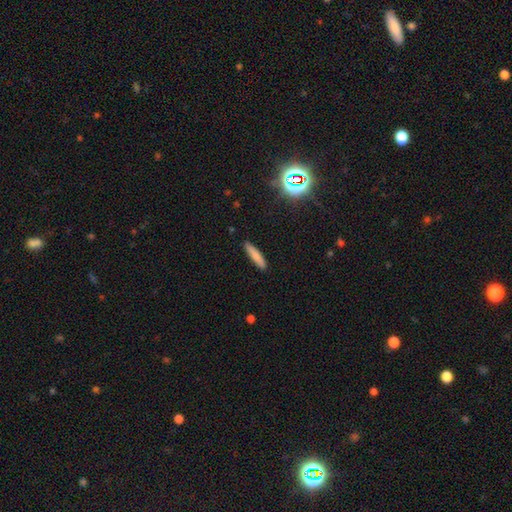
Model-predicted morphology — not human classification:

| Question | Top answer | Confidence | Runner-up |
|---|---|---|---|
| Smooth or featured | smooth | 80% | featured or disk (12%) |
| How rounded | cigar-shaped | 86% | in between (13%) |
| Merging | none | 89% | minor disturbance (8%) |